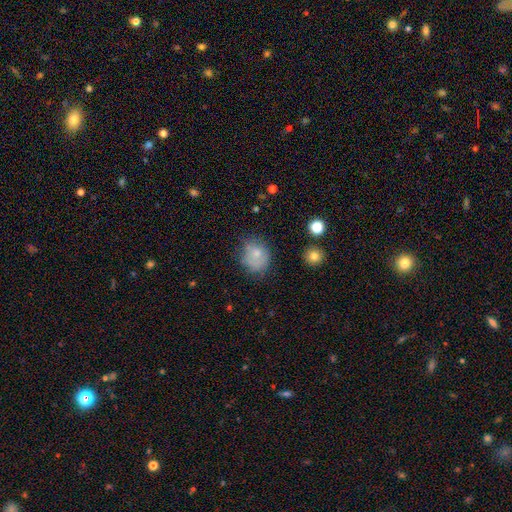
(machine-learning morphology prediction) A smooth galaxy with no disk features (73%) that is round (65%).

Vote fractions:
- Smooth or featured? smooth: 73% / featured or disk: 17% / star or artifact: 10%
- How rounded? round: 65% / in between: 34% / cigar-shaped: 1%
- Merging? none: 55% / minor disturbance: 28% / major disturbance: 12% / merger: 6%